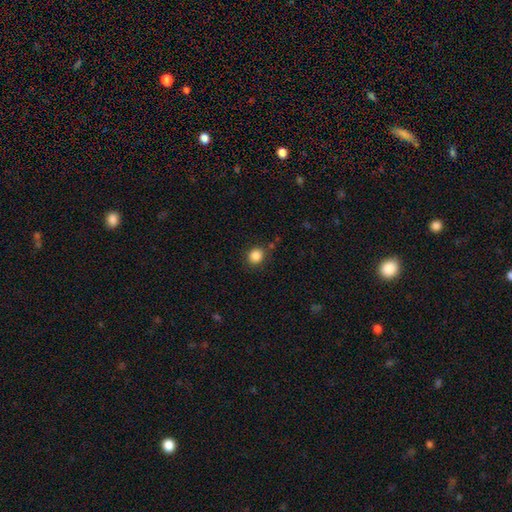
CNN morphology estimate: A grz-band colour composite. It shows a smooth galaxy with no disk features (86%) that is round (77%). Merging: none (83%).